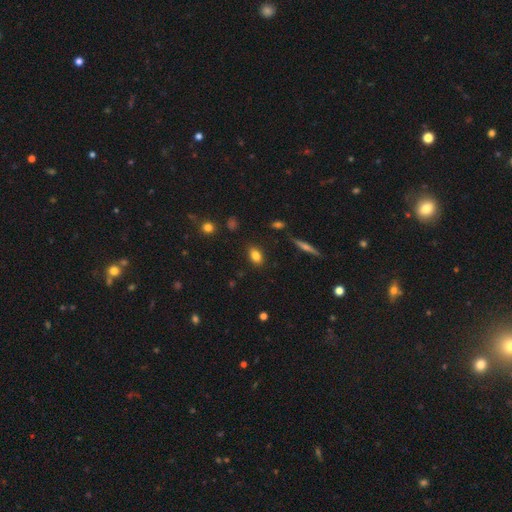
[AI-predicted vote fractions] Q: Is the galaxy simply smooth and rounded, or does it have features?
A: smooth — 82%.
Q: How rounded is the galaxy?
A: in between — 79%.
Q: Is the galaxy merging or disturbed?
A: none — 86%.